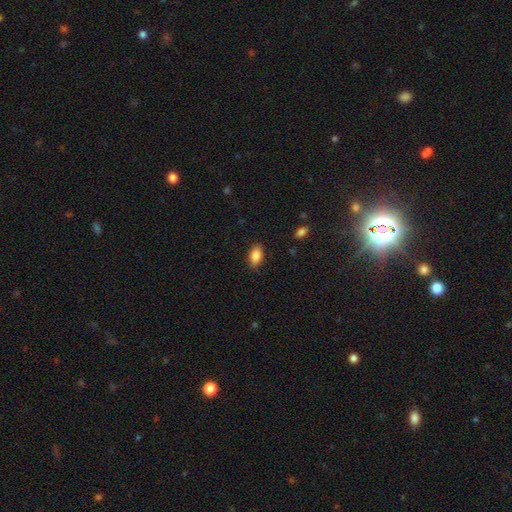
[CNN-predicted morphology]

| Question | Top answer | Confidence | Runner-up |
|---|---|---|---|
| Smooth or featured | smooth | 87% | star or artifact (7%) |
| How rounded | in between | 91% | round (5%) |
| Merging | none | 87% | minor disturbance (10%) |